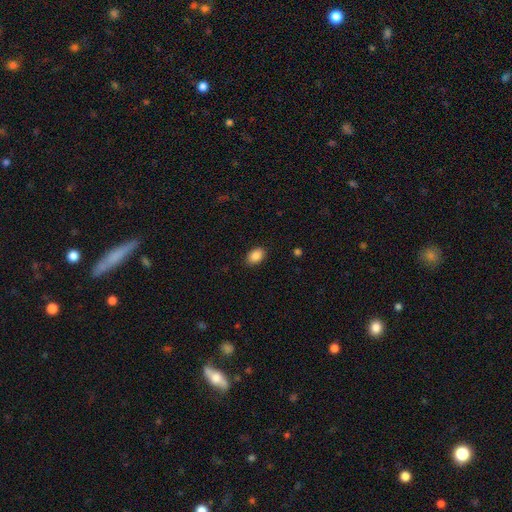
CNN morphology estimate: smooth_or_featured: smooth (p=0.89) [alt: star or artifact p=0.08]
how_rounded: in between (p=0.84) [alt: round p=0.15]
merging: none (p=0.88) [alt: minor disturbance p=0.09]